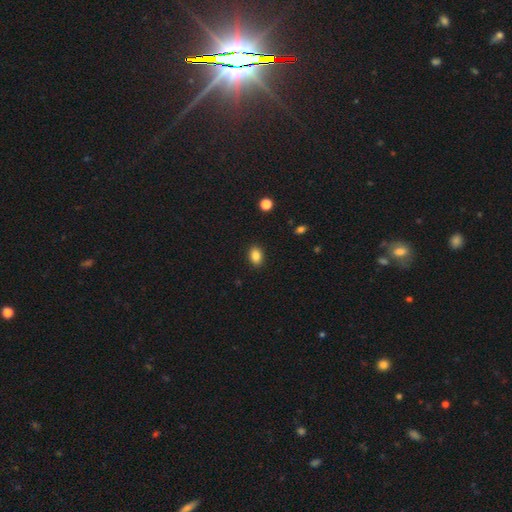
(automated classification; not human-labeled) A smooth galaxy with no disk features (86%) that is in between round and cigar-shaped (77%). Merging: none (89%).